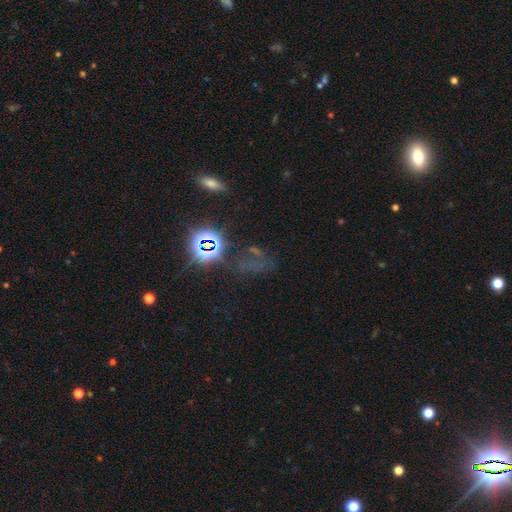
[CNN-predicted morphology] smooth-or-featured: star or artifact: 61% | smooth: 23% | featured or disk: 16%